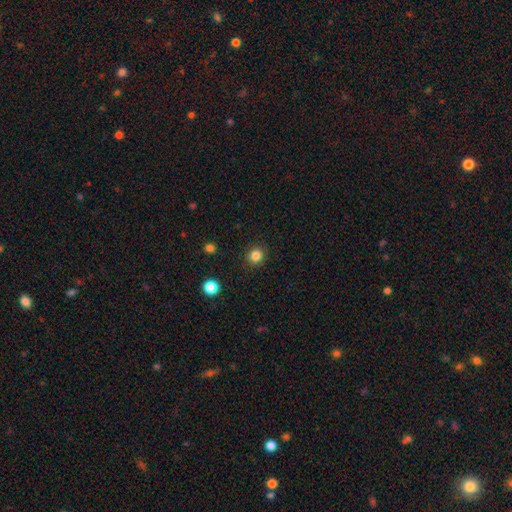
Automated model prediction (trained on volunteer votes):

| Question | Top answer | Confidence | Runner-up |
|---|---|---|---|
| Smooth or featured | smooth | 83% | star or artifact (12%) |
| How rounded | round | 86% | in between (13%) |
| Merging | none | 91% | minor disturbance (6%) |